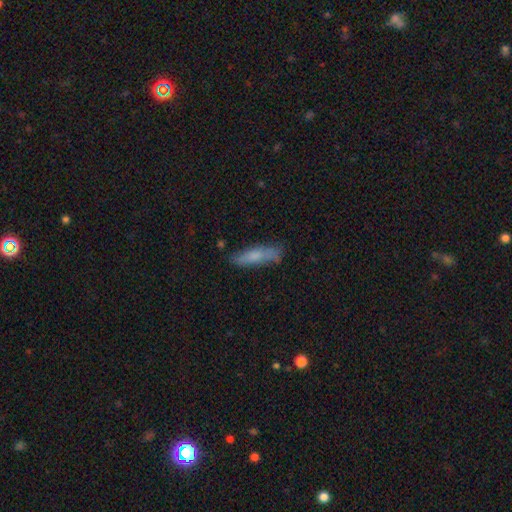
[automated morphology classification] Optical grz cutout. It shows a smooth galaxy with no disk features (71%) that is cigar-shaped (71%). Merging: none (69%).